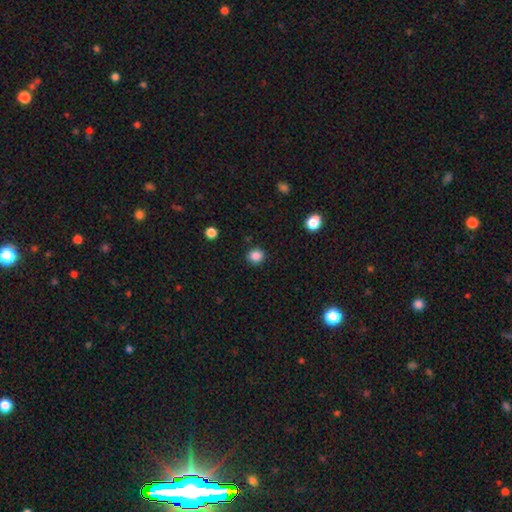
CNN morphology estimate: Overall: smooth (86%). How rounded: round (87%). Merging: none (89%).